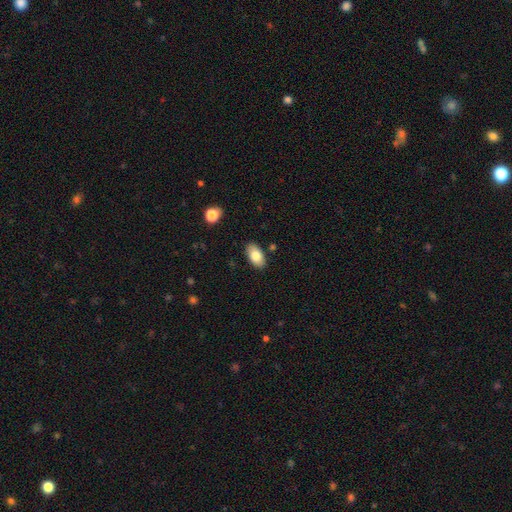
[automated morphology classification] Smooth or featured?
  - smooth: 81% *
  - featured or disk: 12%
  - star or artifact: 7%
How rounded?
  - in between: 94% *
  - round: 4%
  - cigar-shaped: 2%
Merging?
  - none: 87% *
  - minor disturbance: 9%
  - major disturbance: 2%
  - merger: 2%